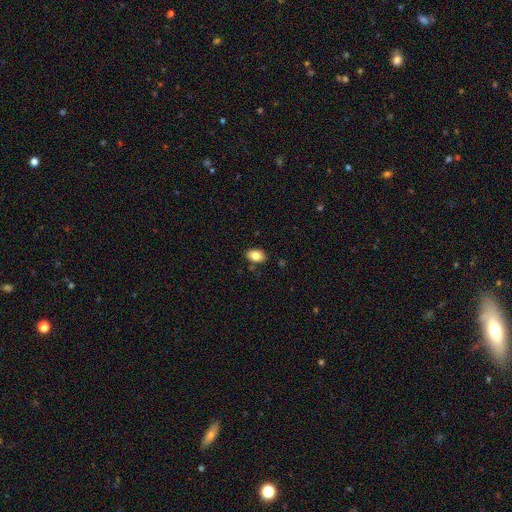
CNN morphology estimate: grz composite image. It shows a smooth galaxy with no disk features (83%) that is in between round and cigar-shaped (87%). Merging: none (85%).